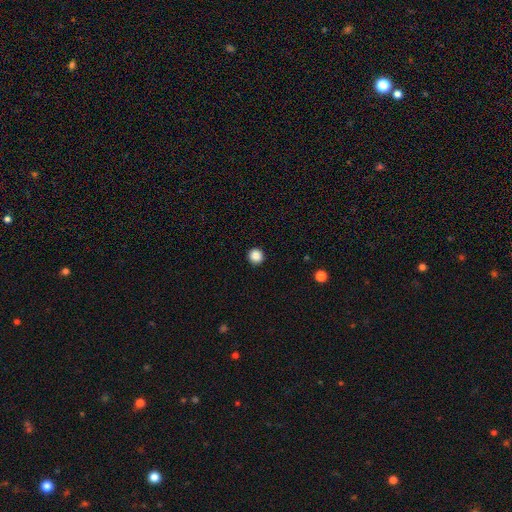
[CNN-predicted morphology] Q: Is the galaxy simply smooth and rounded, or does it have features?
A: smooth — 88%.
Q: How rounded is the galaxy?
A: round — 94%.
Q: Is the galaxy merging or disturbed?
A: none — 93%.